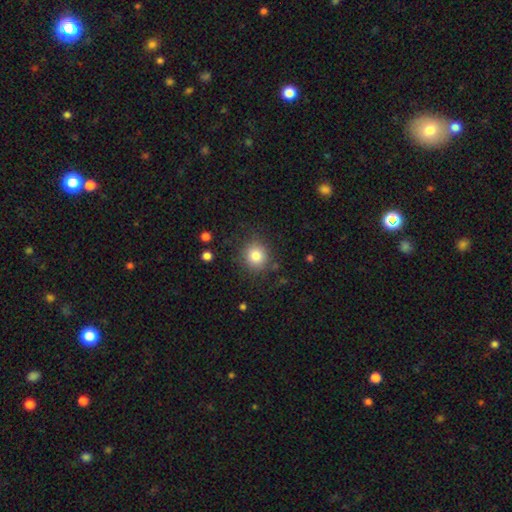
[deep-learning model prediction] The model was most divided on "smooth or featured": smooth: 82%, star or artifact: 11%, featured or disk: 8%. More confident: how rounded — round (89%); merging — none (83%).